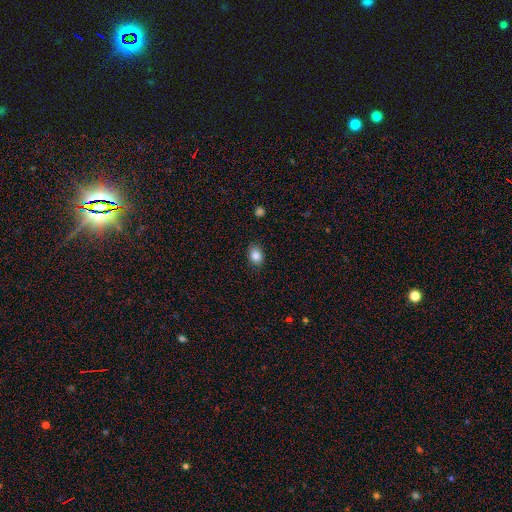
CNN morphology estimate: The model was most divided on "how rounded": in between: 67%, round: 32%, cigar-shaped: 1%. More confident: merging — none (87%); smooth or featured — smooth (86%).